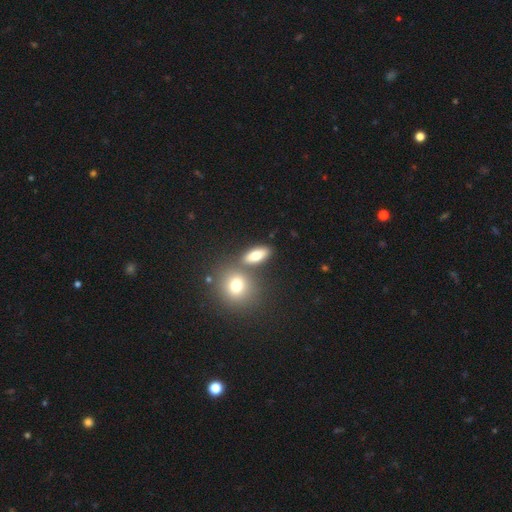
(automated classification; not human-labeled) A smooth galaxy with no disk features (75%) that is in between round and cigar-shaped (71%). Merging: none (69%).